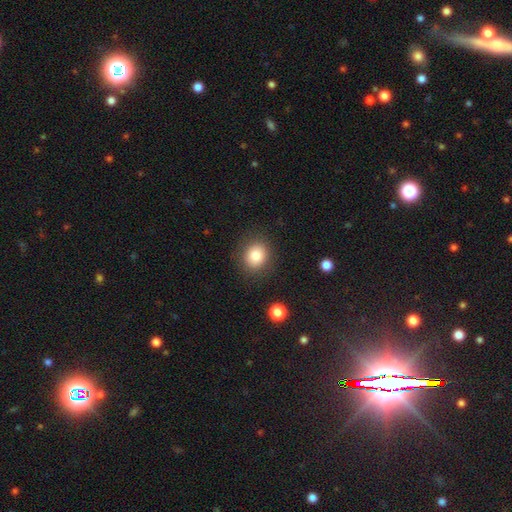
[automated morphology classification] type=smooth (81%); roundness=round (71%); merging=none (87%).